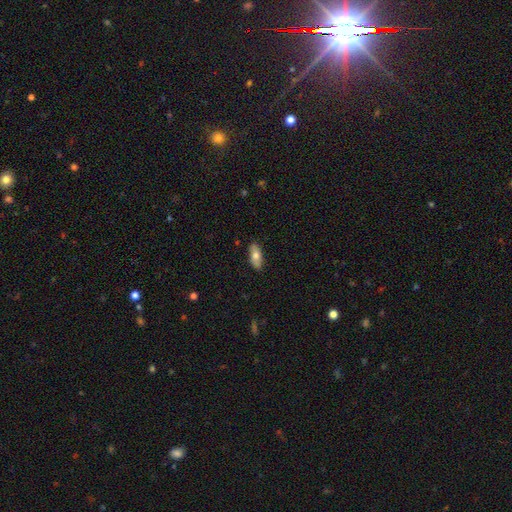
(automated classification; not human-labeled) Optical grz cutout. It shows a smooth galaxy with no disk features (69%) that is in between round and cigar-shaped (79%). Merging: none (86%).